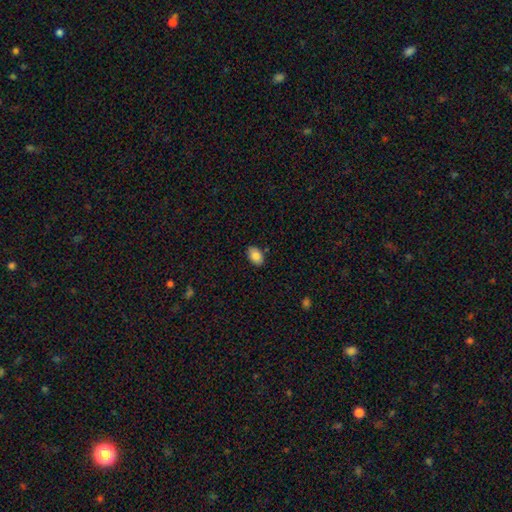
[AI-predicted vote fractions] This appears to be a smooth galaxy with no disk features (84%) that is in between round and cigar-shaped (91%). Merging: none (86%).